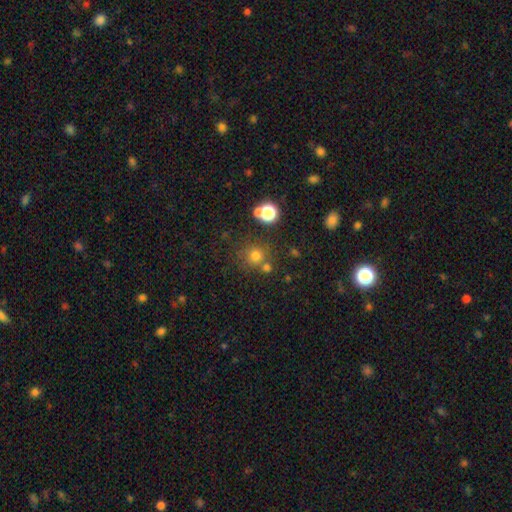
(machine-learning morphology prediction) Smooth or featured? Predicted: smooth (p=0.71). How rounded? Predicted: round (p=0.91). Merging? Predicted: none (p=0.71).